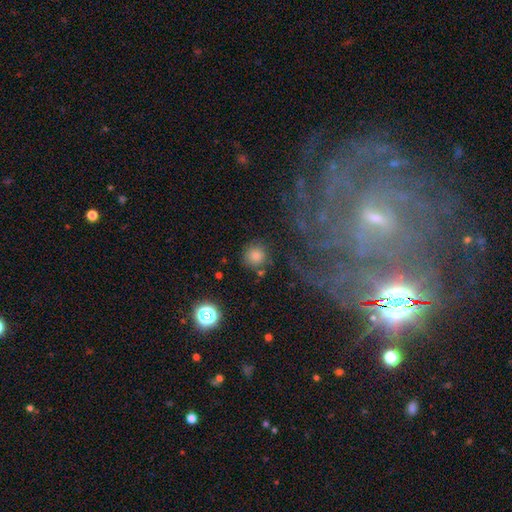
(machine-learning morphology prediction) smooth-or-featured: smooth: 76% | star or artifact: 13% | featured or disk: 10%
  how-rounded: round: 93% | in between: 5% | cigar-shaped: 1%
  merging: none: 77% | minor disturbance: 12% | merger: 6% | major disturbance: 5%